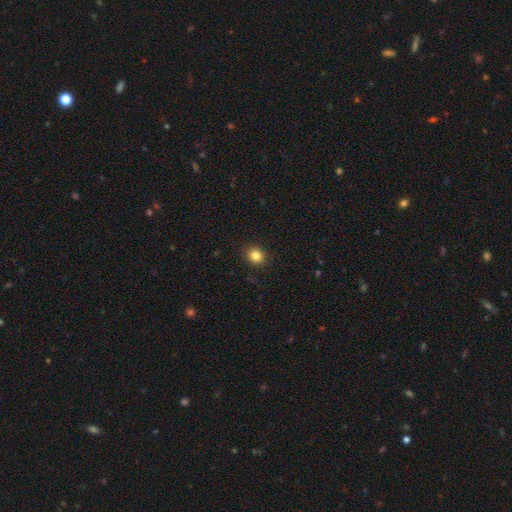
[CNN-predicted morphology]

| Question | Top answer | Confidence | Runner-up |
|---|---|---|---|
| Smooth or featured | smooth | 84% | star or artifact (11%) |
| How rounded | round | 79% | in between (20%) |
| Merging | none | 91% | minor disturbance (6%) |